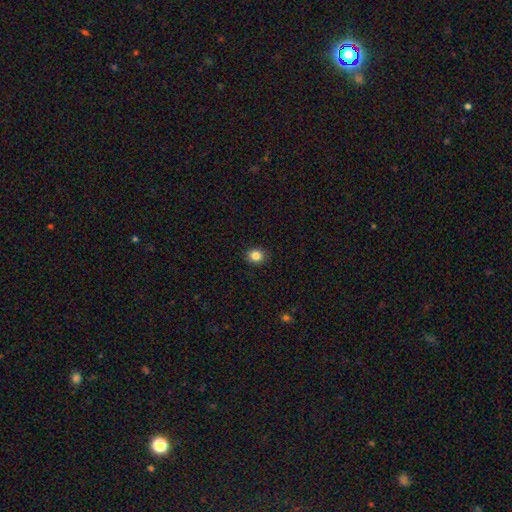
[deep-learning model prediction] A smooth galaxy with no disk features (85%) that is round (78%). Merging: none (91%).